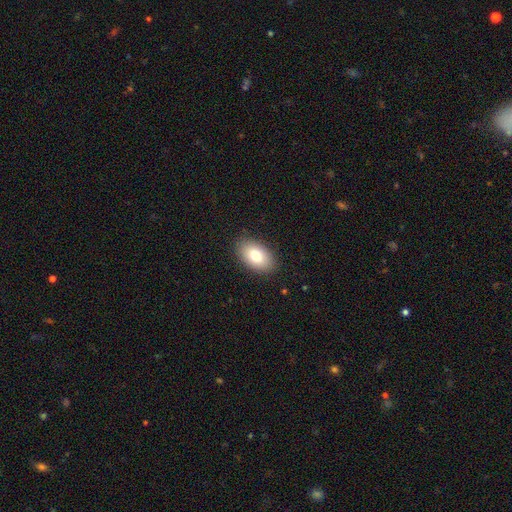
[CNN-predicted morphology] smooth_or_featured: smooth (p=0.79) [alt: featured or disk p=0.13]
how_rounded: in between (p=0.92) [alt: round p=0.06]
merging: none (p=0.88) [alt: minor disturbance p=0.09]